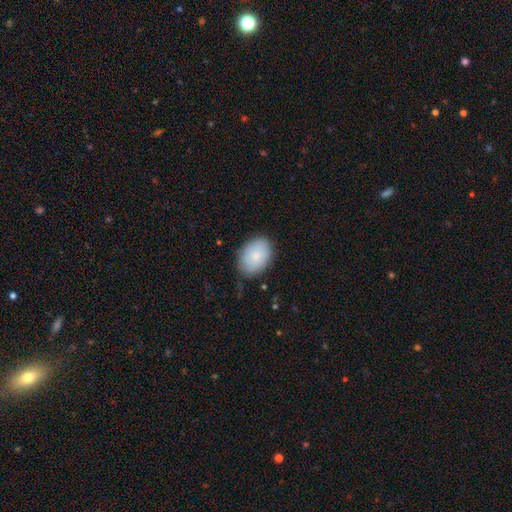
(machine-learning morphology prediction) A smooth galaxy with no disk features (83%) that is in between round and cigar-shaped (83%).

Vote fractions:
- Smooth or featured? smooth: 83% / featured or disk: 10% / star or artifact: 6%
- How rounded? in between: 83% / round: 16% / cigar-shaped: 1%
- Merging? none: 80% / minor disturbance: 15% / major disturbance: 3% / merger: 1%